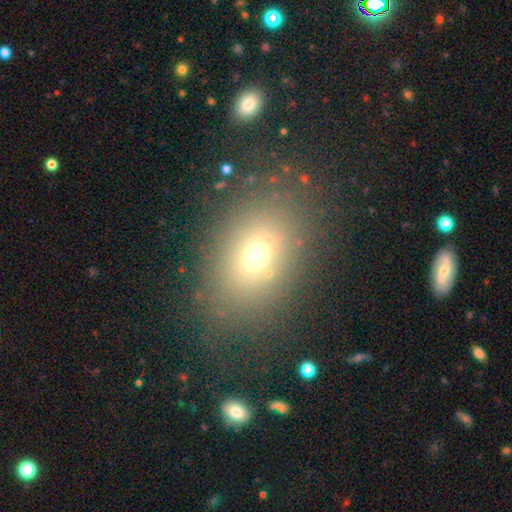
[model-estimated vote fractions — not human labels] Smooth or featured? Predicted: smooth (p=0.66). How rounded? Predicted: in between (p=0.67). Merging? Predicted: none (p=0.78).